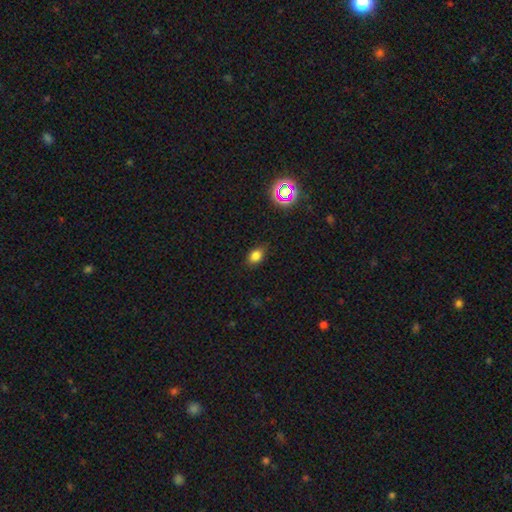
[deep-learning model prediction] Smooth or featured: smooth — 79% (star or artifact — 14%)
How rounded: in between — 70% (round — 28%)
Merging: none — 80% (minor disturbance — 15%)